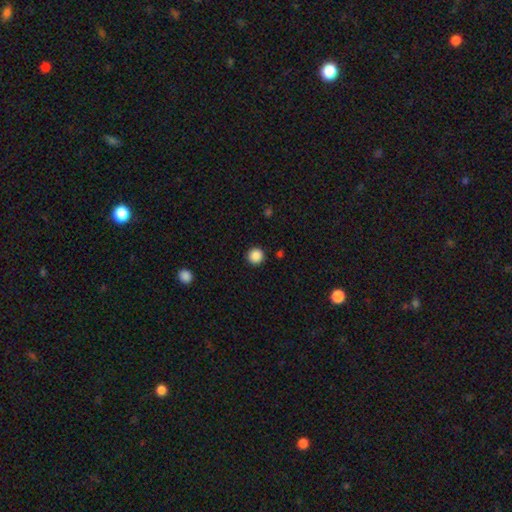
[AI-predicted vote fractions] Q: Smooth or featured?
A: smooth (88%); runner-up: star or artifact (10%)
Q: How rounded?
A: round (95%); runner-up: in between (4%)
Q: Merging?
A: none (92%); runner-up: minor disturbance (5%)